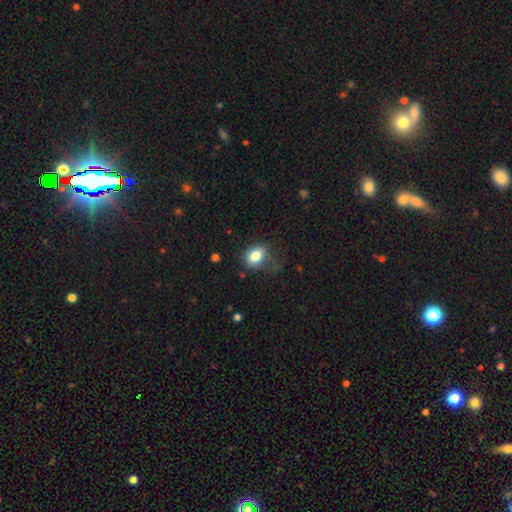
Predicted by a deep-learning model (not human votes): Morphology: type=smooth (80%); roundness=in between (61%); merging=none (60%).